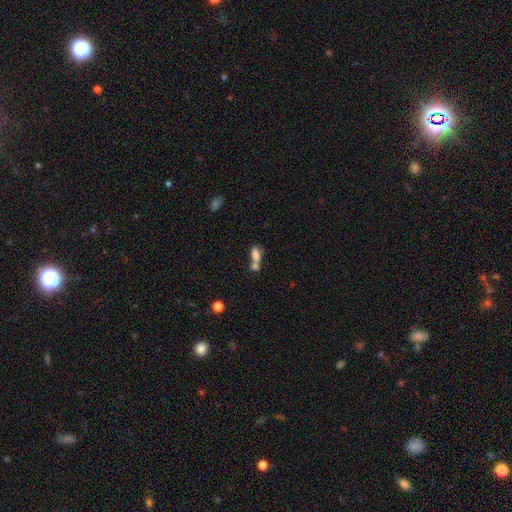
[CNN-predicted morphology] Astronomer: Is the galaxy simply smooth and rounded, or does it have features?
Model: smooth — 73%.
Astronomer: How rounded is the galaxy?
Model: in between — 73%.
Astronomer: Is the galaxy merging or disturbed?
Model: merger — 61%.